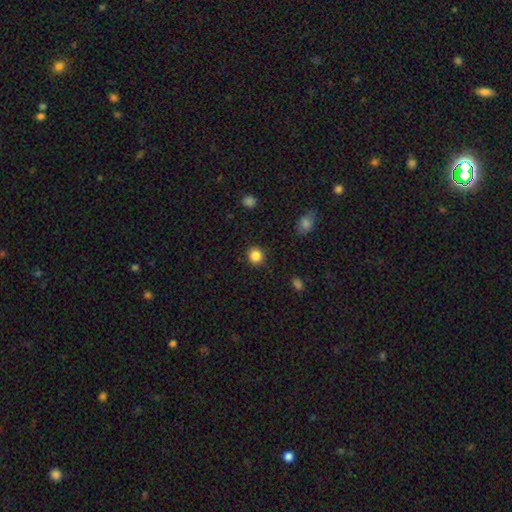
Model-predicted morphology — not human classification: A smooth galaxy with no disk features (85%) that is round (85%). Merging: none (89%).